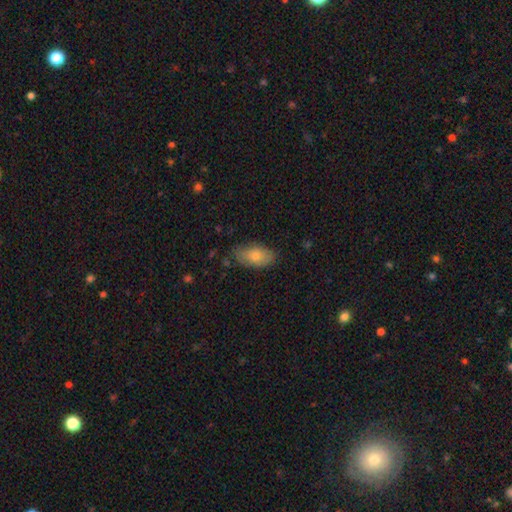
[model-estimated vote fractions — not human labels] A smooth galaxy with no disk features (73%) that is in between round and cigar-shaped (90%). Merging: none (78%).